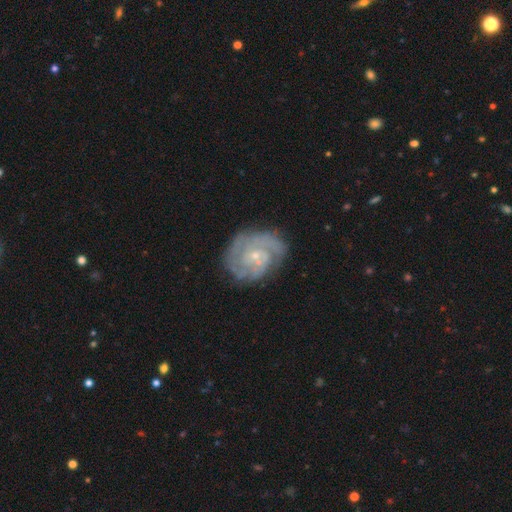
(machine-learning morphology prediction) Smooth or featured? Predicted: featured or disk (p=0.83). Edge-on disk? Predicted: no (p=0.98). Bar? Predicted: no (p=0.71). Spiral arms? Predicted: yes (p=0.92). Spiral winding? Predicted: tight (p=0.63). Spiral arm count? Predicted: can't tell (p=0.33). Bulge size? Predicted: small (p=0.76). Merging? Predicted: none (p=0.68).